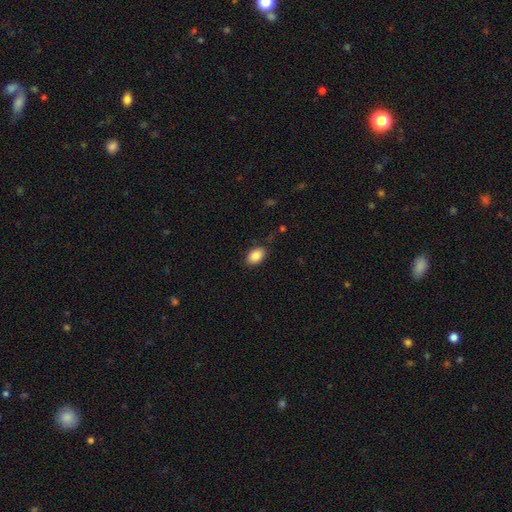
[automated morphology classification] Smooth or featured? Predicted: smooth (p=0.88). How rounded? Predicted: in between (p=0.88). Merging? Predicted: none (p=0.82).